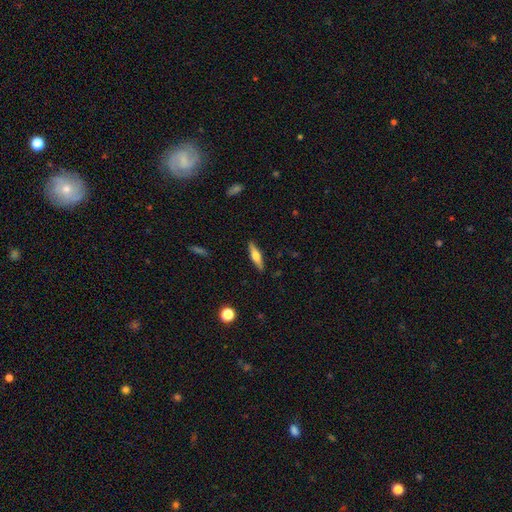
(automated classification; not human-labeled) A featured or disk galaxy (49%). Merging: none (89%).